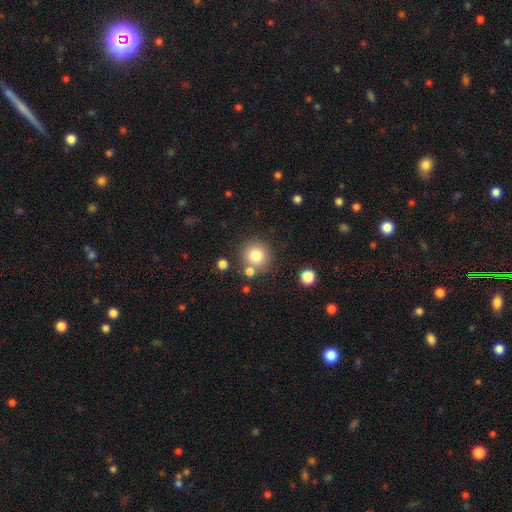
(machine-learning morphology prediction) Overall: smooth (81%). How rounded: round (93%). Merging: none (76%).